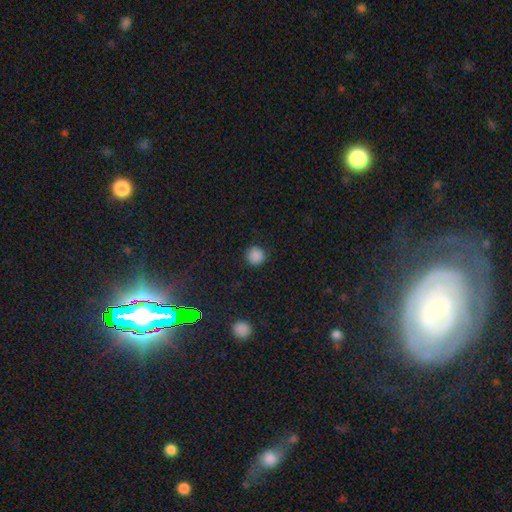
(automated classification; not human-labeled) smooth_or_featured: smooth (p=0.86) [alt: star or artifact p=0.11]
how_rounded: round (p=0.94) [alt: in between p=0.05]
merging: none (p=0.89) [alt: minor disturbance p=0.07]